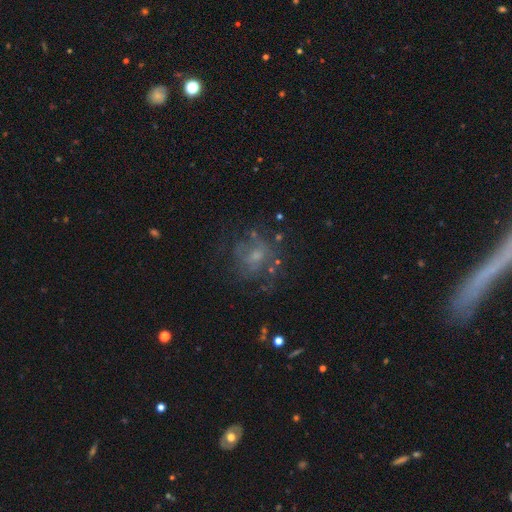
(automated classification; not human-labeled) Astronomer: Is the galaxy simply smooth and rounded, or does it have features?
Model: featured or disk — 52% (runner-up: smooth, 30%).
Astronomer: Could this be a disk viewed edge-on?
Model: no — 97%.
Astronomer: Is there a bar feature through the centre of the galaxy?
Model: no — 75%.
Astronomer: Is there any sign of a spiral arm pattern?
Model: no — 57% (runner-up: yes, 43%).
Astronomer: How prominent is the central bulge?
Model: small — 47% (runner-up: moderate, 34%).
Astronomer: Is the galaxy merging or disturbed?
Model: none — 59%.